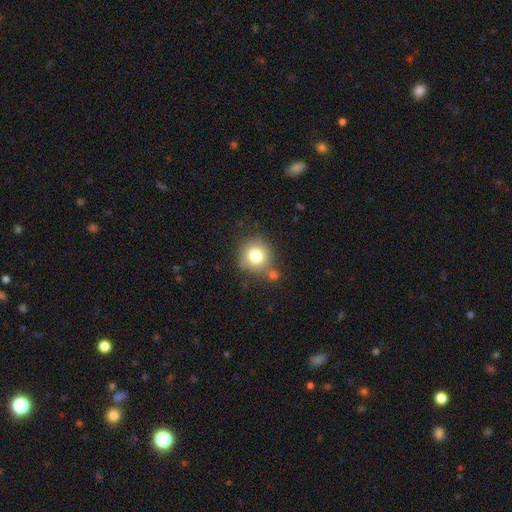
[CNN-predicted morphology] A smooth galaxy with no disk features (78%) that is round (89%). Merging: none (71%).